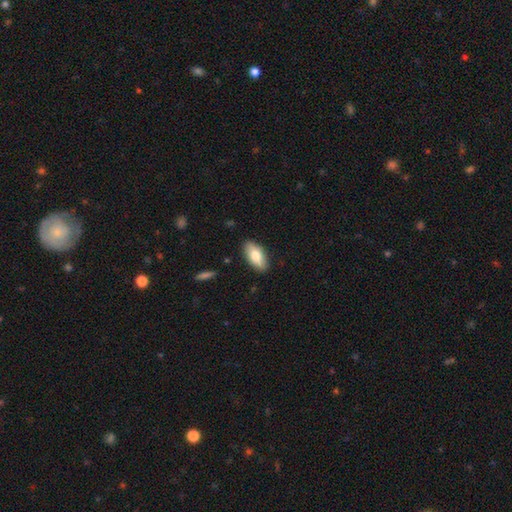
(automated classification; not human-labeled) The model was most divided on "smooth or featured": smooth: 77%, featured or disk: 17%, star or artifact: 6%. More confident: how rounded — in between (89%); merging — none (87%).